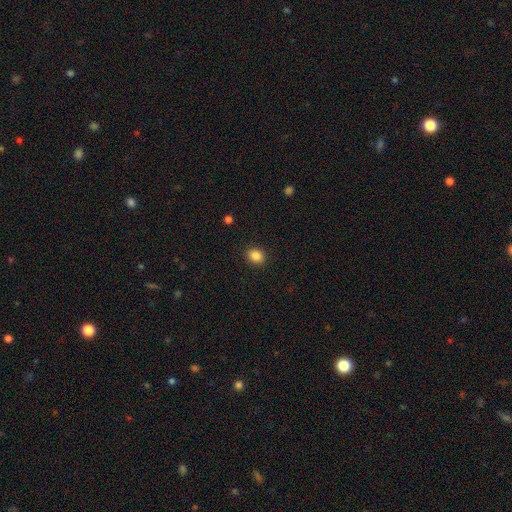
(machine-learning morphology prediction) smooth 86%, star or artifact 10%, featured or disk 4%. Down the decision tree: how rounded — round (54%); merging — none (90%).